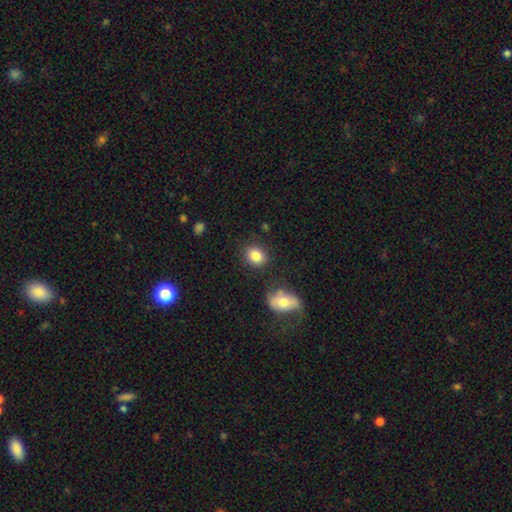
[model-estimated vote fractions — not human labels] Morphology: type=smooth (85%); roundness=round (60%); merging=none (81%).